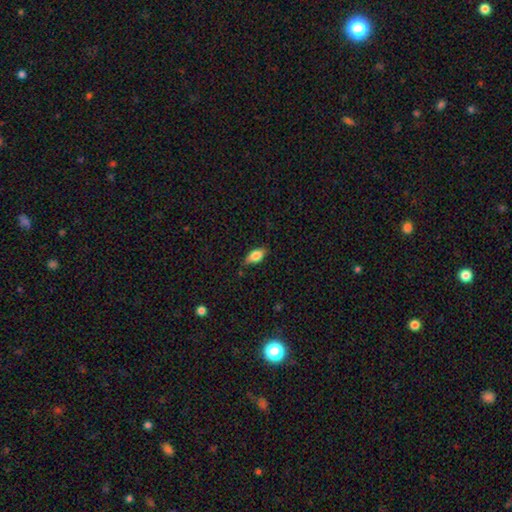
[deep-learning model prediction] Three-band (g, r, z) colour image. It shows a smooth galaxy with no disk features (77%) that is in between round and cigar-shaped (86%). Merging: none (79%).